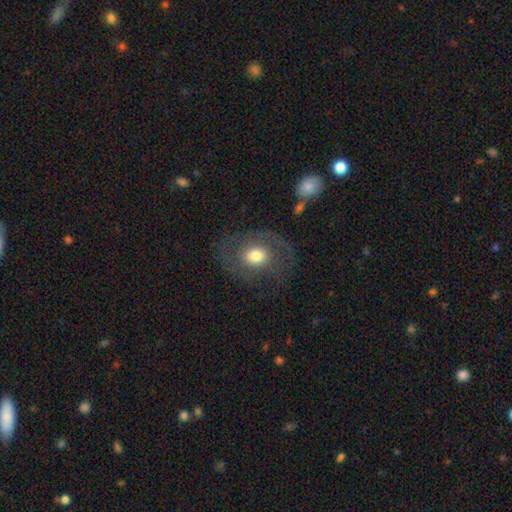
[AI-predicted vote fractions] The model was most divided on "smooth or featured": featured or disk: 53%, smooth: 38%, star or artifact: 8%. More confident: edge-on disk — no (96%); bar — no (77%); merging — none (69%); spiral arms — yes (68%); bulge size — moderate (60%).